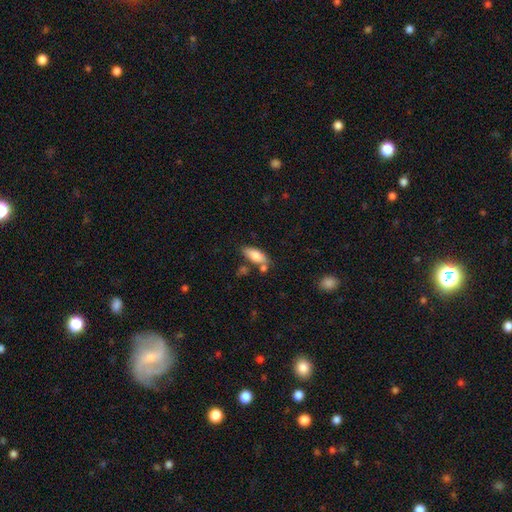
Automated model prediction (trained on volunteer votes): Smooth or featured: smooth — 78% (featured or disk — 15%)
How rounded: in between — 77% (cigar-shaped — 20%)
Merging: none — 65% (minor disturbance — 17%)